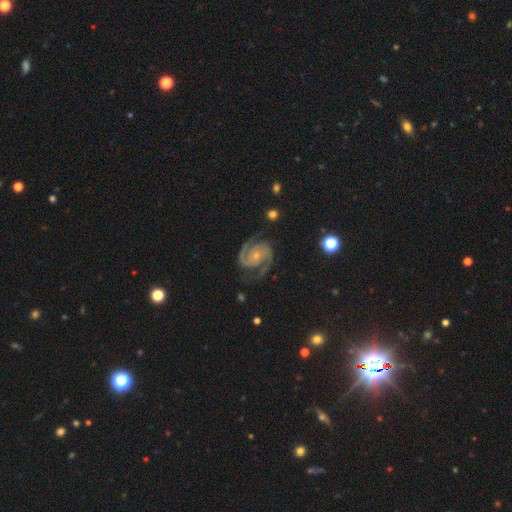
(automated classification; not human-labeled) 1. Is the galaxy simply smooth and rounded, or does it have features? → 93% featured or disk, 4% star or artifact, 3% smooth.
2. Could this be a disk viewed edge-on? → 98% no, 2% yes.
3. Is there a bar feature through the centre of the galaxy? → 66% no, 24% weak, 10% strong.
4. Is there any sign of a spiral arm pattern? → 99% yes, 1% no.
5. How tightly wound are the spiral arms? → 54% medium, 37% tight, 9% loose.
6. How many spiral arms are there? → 93% 2, 2% 3, 2% can't tell, 1% 1, 1% 4, 1% more than 4.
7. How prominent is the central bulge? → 72% small, 22% moderate, 3% none, 1% large, 1% dominant.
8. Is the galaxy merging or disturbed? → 79% none, 14% minor disturbance, 5% major disturbance, 1% merger.